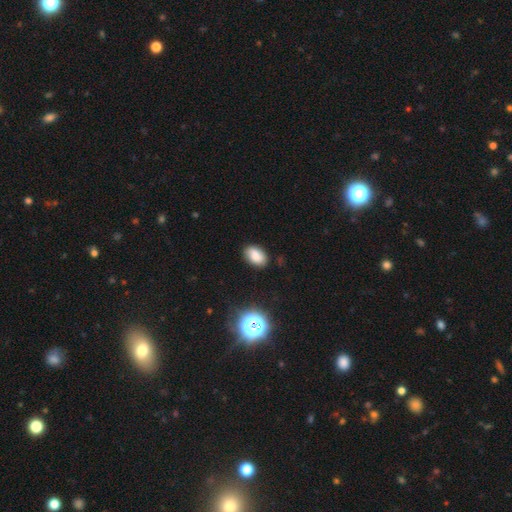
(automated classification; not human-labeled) Smooth or featured?
  - smooth: 81% *
  - star or artifact: 12%
  - featured or disk: 7%
How rounded?
  - in between: 88% *
  - round: 11%
  - cigar-shaped: 1%
Merging?
  - none: 84% *
  - minor disturbance: 12%
  - major disturbance: 3%
  - merger: 1%